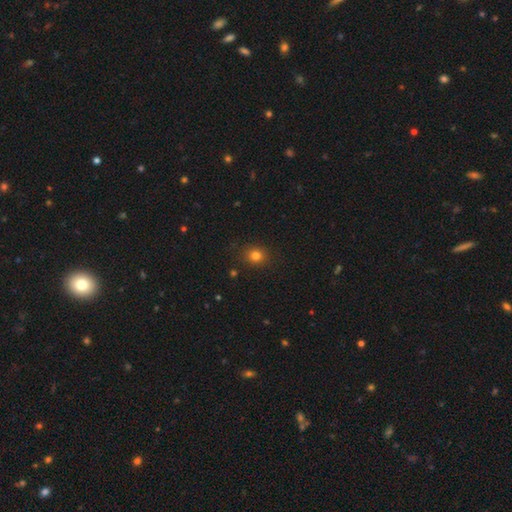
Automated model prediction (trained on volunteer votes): Smooth or featured?
  - smooth: 79% *
  - star or artifact: 14%
  - featured or disk: 6%
How rounded?
  - round: 77% *
  - in between: 22%
  - cigar-shaped: 1%
Merging?
  - none: 87% *
  - minor disturbance: 9%
  - major disturbance: 3%
  - merger: 1%